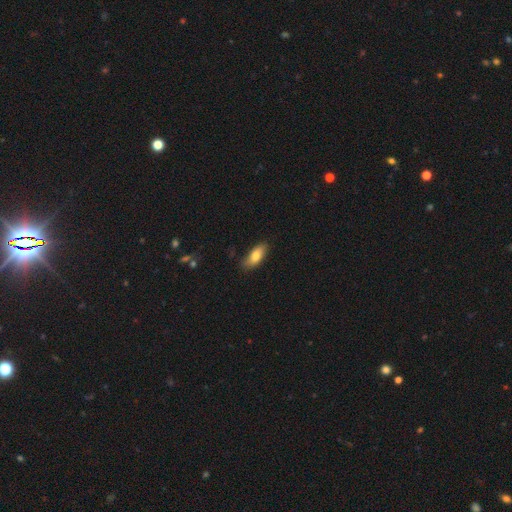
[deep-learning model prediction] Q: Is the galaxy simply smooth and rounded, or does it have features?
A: smooth — 80%.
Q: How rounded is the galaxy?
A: in between — 83%.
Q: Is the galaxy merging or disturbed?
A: none — 73%.